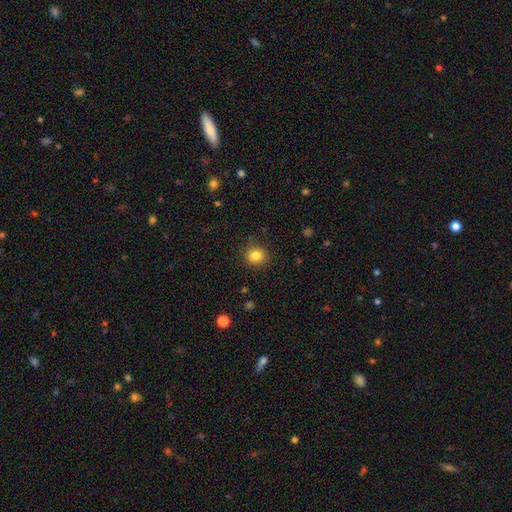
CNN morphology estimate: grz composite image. It shows a smooth galaxy with no disk features (84%) that is round (88%). Merging: none (87%).